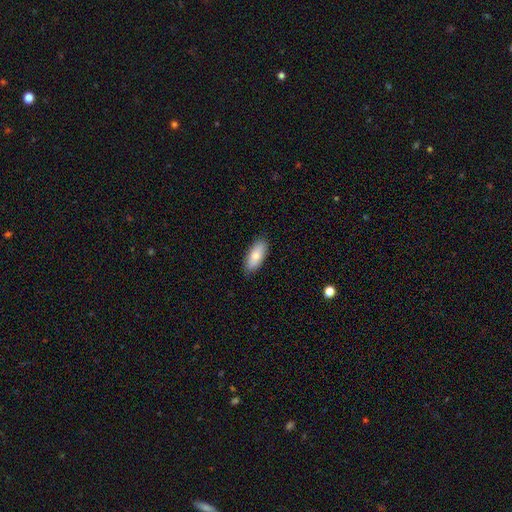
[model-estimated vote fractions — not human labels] Q: Smooth or featured?
A: smooth (78%); runner-up: featured or disk (16%)
Q: How rounded?
A: in between (82%); runner-up: cigar-shaped (15%)
Q: Merging?
A: none (87%); runner-up: minor disturbance (10%)